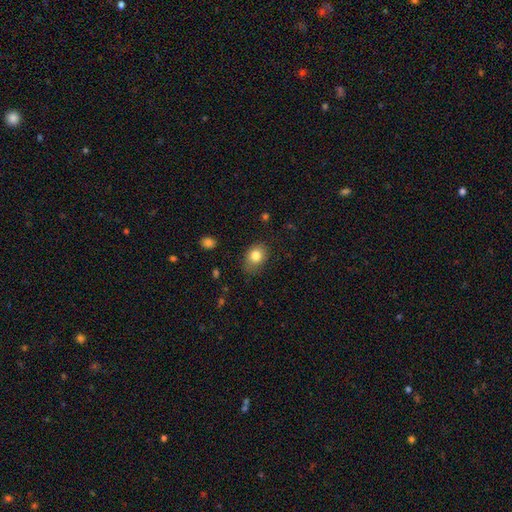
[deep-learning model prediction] Smooth or featured? smooth (81%)
How rounded? in between (58%)
Merging? none (68%)